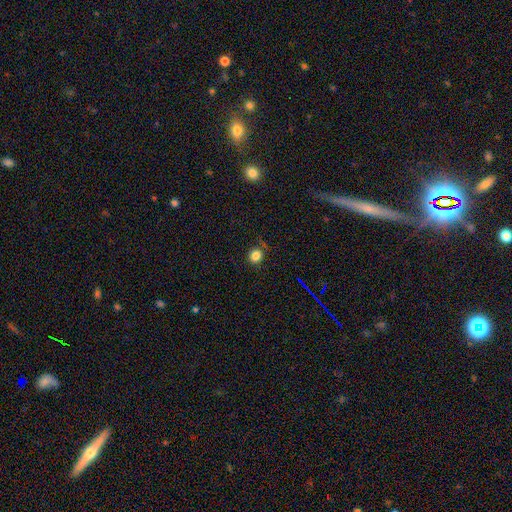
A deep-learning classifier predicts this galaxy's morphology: A smooth galaxy with no disk features (81%) that is round (82%).

Vote fractions:
- Smooth or featured? smooth: 81% / star or artifact: 14% / featured or disk: 5%
- How rounded? round: 82% / in between: 17% / cigar-shaped: 1%
- Merging? none: 81% / minor disturbance: 13% / major disturbance: 4% / merger: 2%